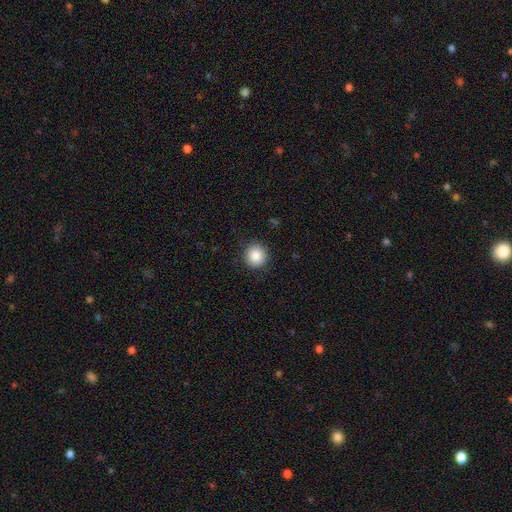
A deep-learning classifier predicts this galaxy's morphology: This is clearly a smooth galaxy (86%). How rounded: clearly round (94%). Merging: clearly none (89%).